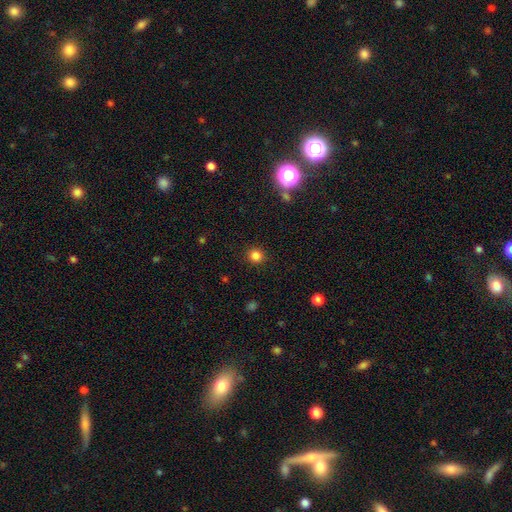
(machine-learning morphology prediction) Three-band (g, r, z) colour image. It shows a smooth galaxy with no disk features (83%) that is round (86%). Merging: none (90%).